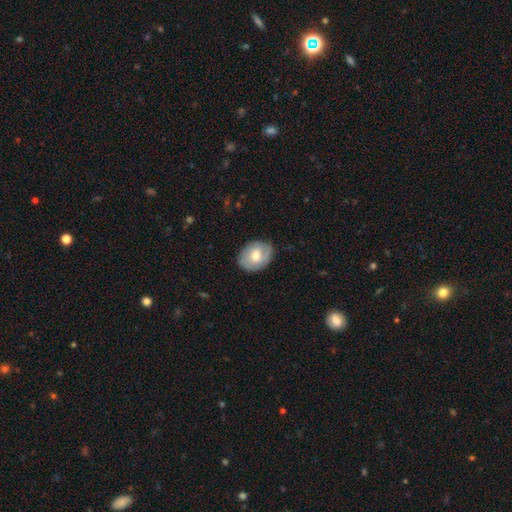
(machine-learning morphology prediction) smooth_or_featured: smooth (p=0.49) [alt: featured or disk p=0.45]
merging: none (p=0.77) [alt: minor disturbance p=0.18]